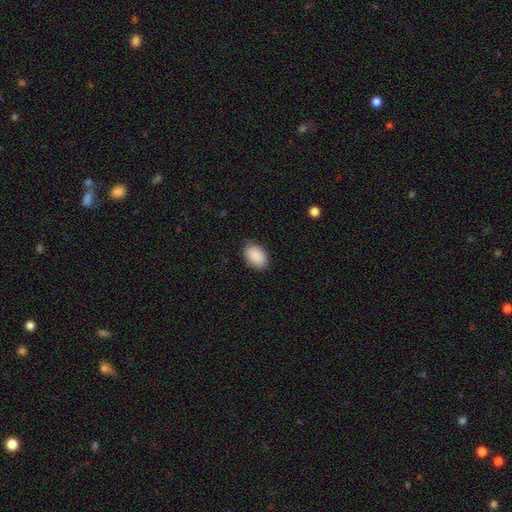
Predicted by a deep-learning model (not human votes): Smooth or featured? Predicted: smooth (p=0.91). How rounded? Predicted: in between (p=0.90). Merging? Predicted: none (p=0.86).